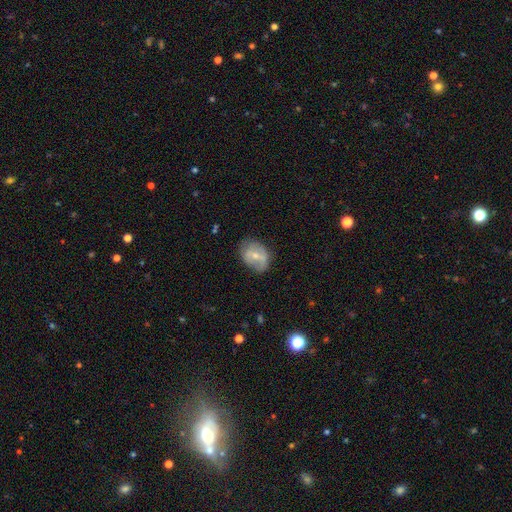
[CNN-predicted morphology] Smooth or featured: featured or disk — 52% (smooth — 42%)
Edge-on disk: no — 95% (yes — 5%)
Merging: none — 64% (minor disturbance — 26%)